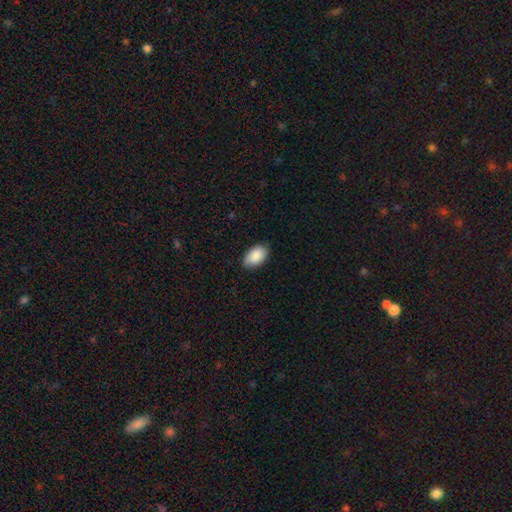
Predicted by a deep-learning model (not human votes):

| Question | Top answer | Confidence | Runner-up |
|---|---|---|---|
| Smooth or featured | smooth | 88% | star or artifact (6%) |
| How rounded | in between | 94% | round (4%) |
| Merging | none | 84% | minor disturbance (13%) |